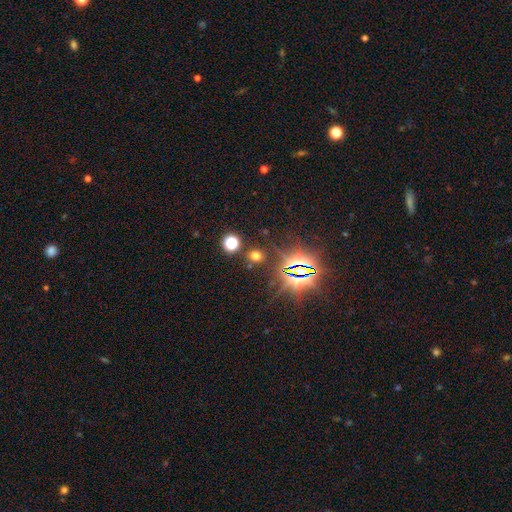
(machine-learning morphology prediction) A smooth galaxy with no disk features (50%) that is round (77%).

Vote fractions:
- Smooth or featured? smooth: 50% / star or artifact: 42% / featured or disk: 7%
- How rounded? round: 77% / in between: 21% / cigar-shaped: 2%
- Merging? none: 84% / minor disturbance: 7% / merger: 5% / major disturbance: 4%